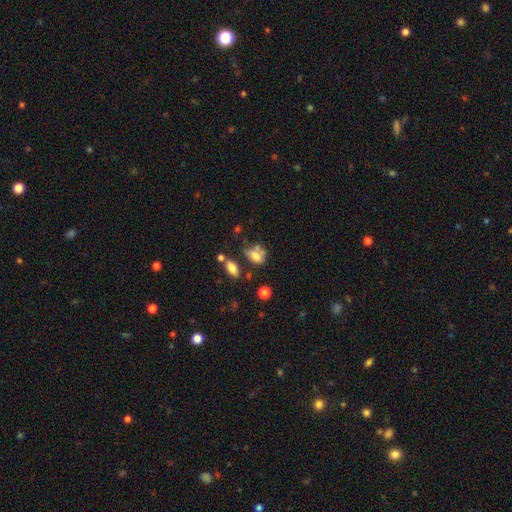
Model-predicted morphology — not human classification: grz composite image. It shows a smooth galaxy with no disk features (73%) that is in between round and cigar-shaped (74%). Merging: none (38%).